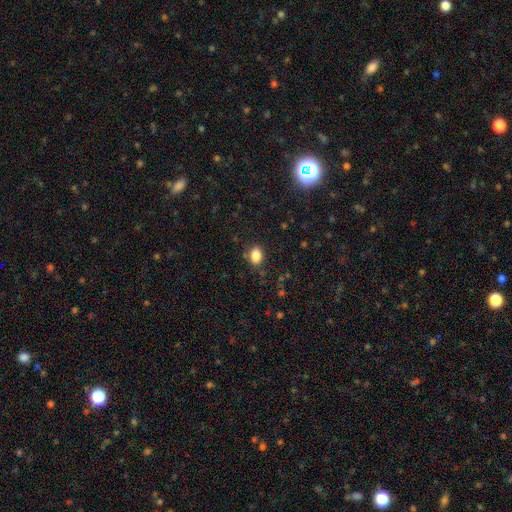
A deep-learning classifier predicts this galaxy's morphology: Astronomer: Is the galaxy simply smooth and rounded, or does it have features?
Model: smooth — 86%.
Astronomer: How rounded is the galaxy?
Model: in between — 75%.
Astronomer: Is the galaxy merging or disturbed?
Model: none — 83%.